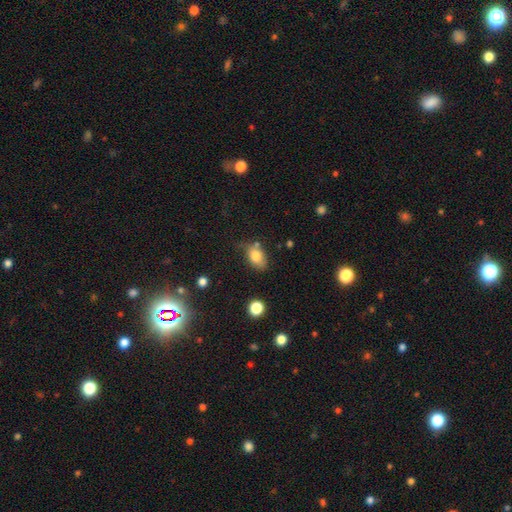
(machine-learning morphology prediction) A smooth galaxy with no disk features (80%) that is in between round and cigar-shaped (83%). Merging: none (62%).